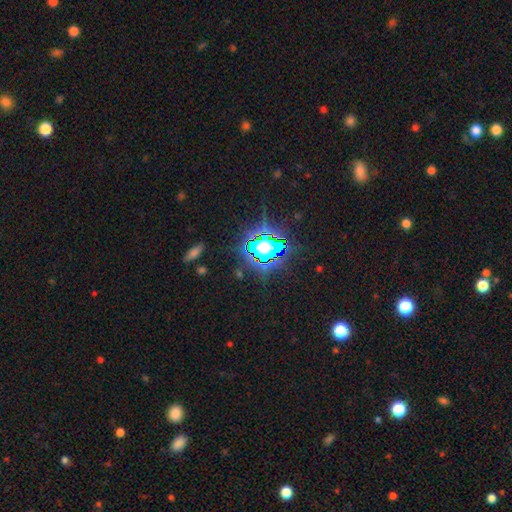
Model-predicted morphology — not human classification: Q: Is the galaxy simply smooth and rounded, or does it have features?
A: star or artifact — 82%.